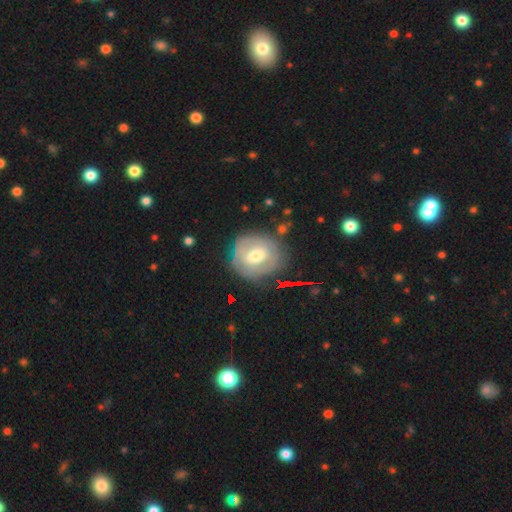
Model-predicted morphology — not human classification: A featured or disk galaxy (60%) with a weak bar (46%), spiral arms (57%) and a moderate central bulge (66%).

Vote fractions:
- Smooth or featured? featured or disk: 60% / smooth: 33% / star or artifact: 7%
- Edge-on disk? no: 95% / yes: 5%
- Bar? weak: 46% / no: 38% / strong: 16%
- Spiral arms? yes: 57% / no: 43%
- Bulge size? moderate: 66% / small: 25% / large: 7% / none: 1% / dominant: 1%
- Merging? none: 70% / minor disturbance: 19% / major disturbance: 8% / merger: 3%